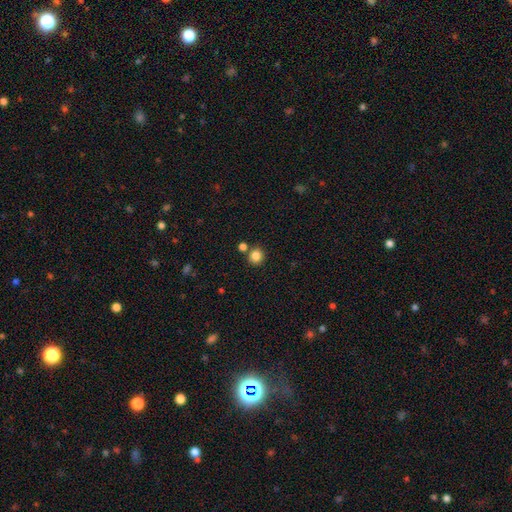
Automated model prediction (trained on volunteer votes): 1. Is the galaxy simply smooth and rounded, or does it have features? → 84% smooth, 11% star or artifact, 5% featured or disk.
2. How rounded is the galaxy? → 90% round, 9% in between, 1% cigar-shaped.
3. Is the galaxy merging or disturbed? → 79% none, 12% merger, 7% minor disturbance, 2% major disturbance.